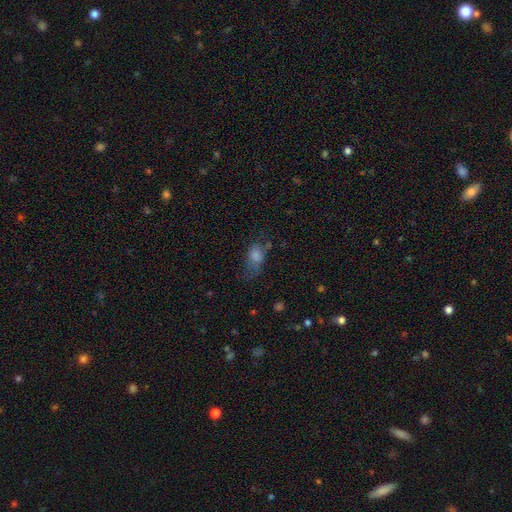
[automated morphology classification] Q: Smooth or featured?
A: smooth (74%); runner-up: featured or disk (15%)
Q: How rounded?
A: in between (80%); runner-up: round (17%)
Q: Merging?
A: none (34%); runner-up: major disturbance (32%)